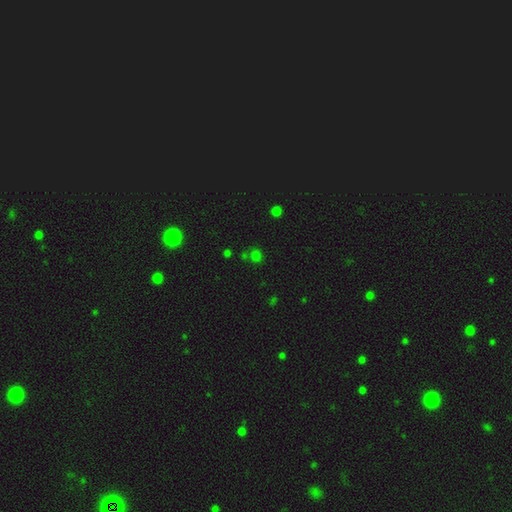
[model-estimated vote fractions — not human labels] Smooth or featured? smooth (60%)
How rounded? round (82%)
Merging? none (70%)